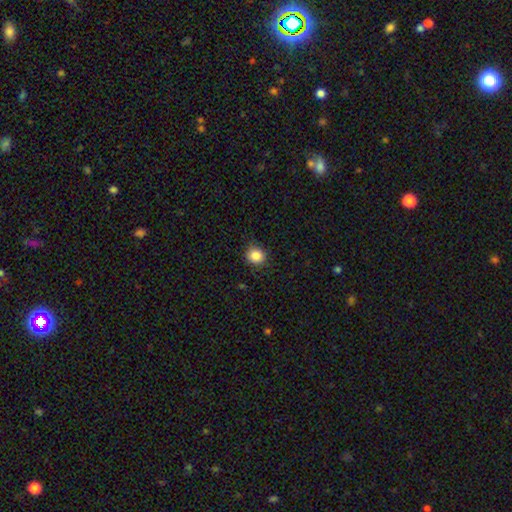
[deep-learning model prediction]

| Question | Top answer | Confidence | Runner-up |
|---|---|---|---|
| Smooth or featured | smooth | 86% | star or artifact (10%) |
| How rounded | round | 84% | in between (15%) |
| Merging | none | 87% | minor disturbance (10%) |